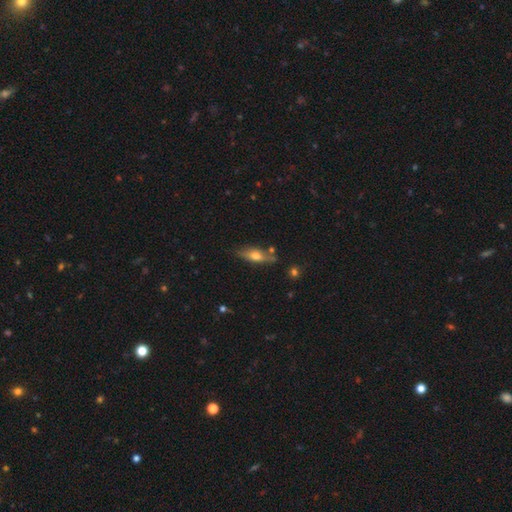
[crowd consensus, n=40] A featured or disk galaxy (50%) viewed edge-on (75%) with a rounded central bulge (73%). Merging: none (87%).